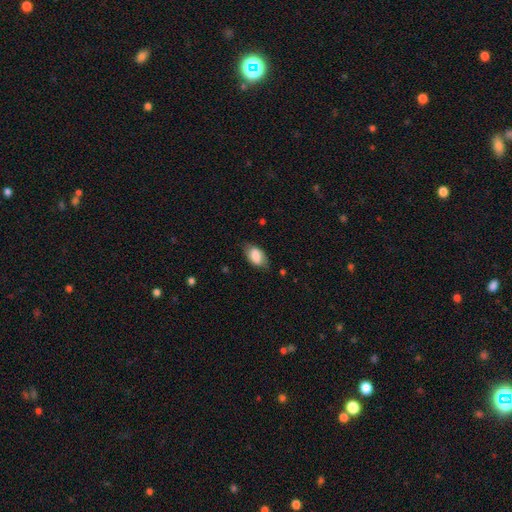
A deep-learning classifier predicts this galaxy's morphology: A smooth galaxy with no disk features (80%) that is in between round and cigar-shaped (92%). Merging: none (75%).